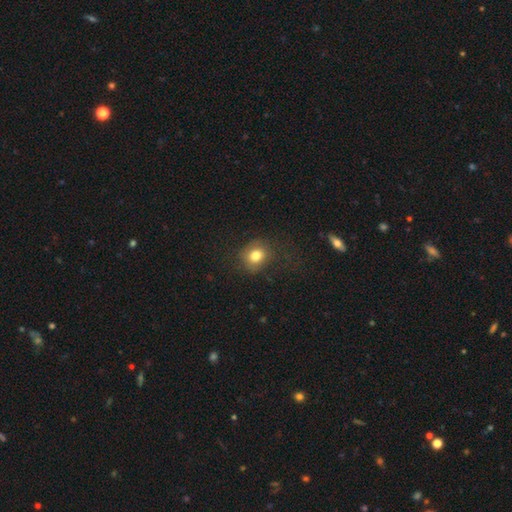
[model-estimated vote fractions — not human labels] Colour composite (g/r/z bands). It shows a smooth galaxy with no disk features (79%) that is round (67%). Merging: none (72%).